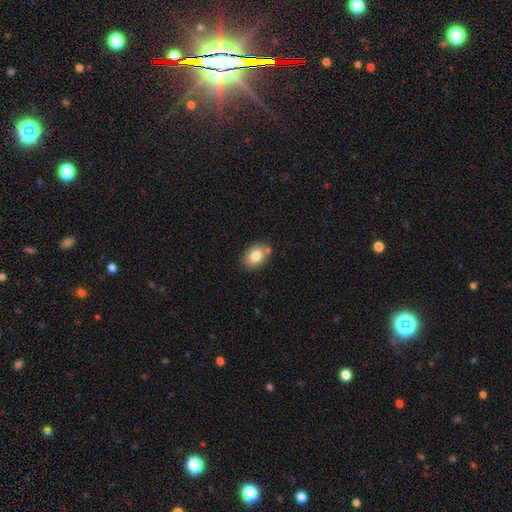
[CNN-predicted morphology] Smooth or featured: smooth — 80% (featured or disk — 11%)
How rounded: in between — 76% (round — 23%)
Merging: none — 74% (minor disturbance — 15%)